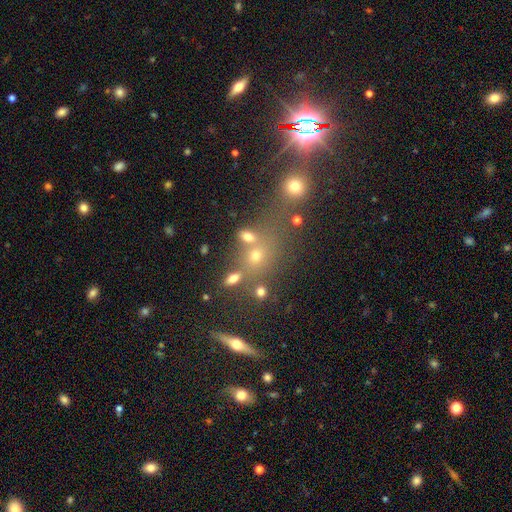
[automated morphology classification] This is likely a smooth galaxy (64%). How rounded: possibly round (57%). Merging: possibly none (48%).